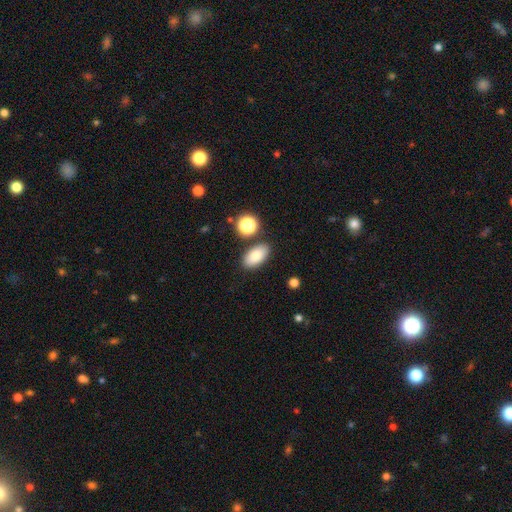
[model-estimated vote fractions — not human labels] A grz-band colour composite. It shows a smooth galaxy with no disk features (80%) that is in between round and cigar-shaped (92%). Merging: none (83%).